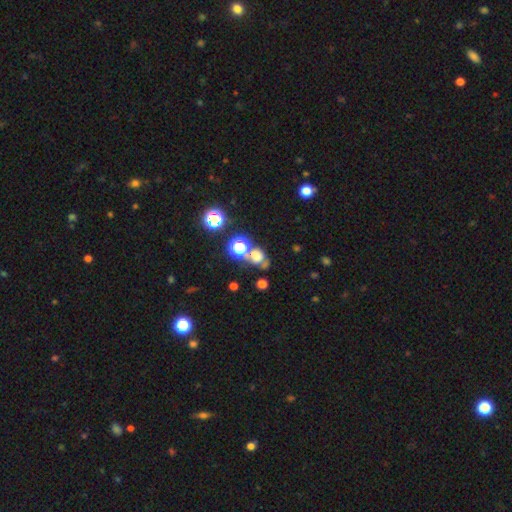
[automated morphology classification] Smooth or featured? Predicted: smooth (p=0.56). How rounded? Predicted: round (p=0.71). Merging? Predicted: none (p=0.49).